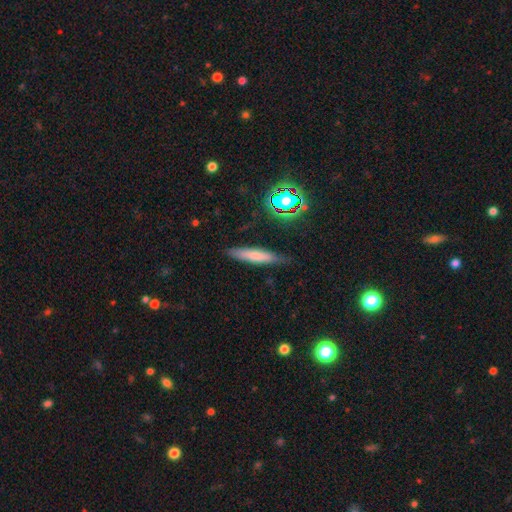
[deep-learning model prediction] Smooth or featured? Predicted: smooth (p=0.66). How rounded? Predicted: cigar-shaped (p=0.85). Merging? Predicted: none (p=0.78).